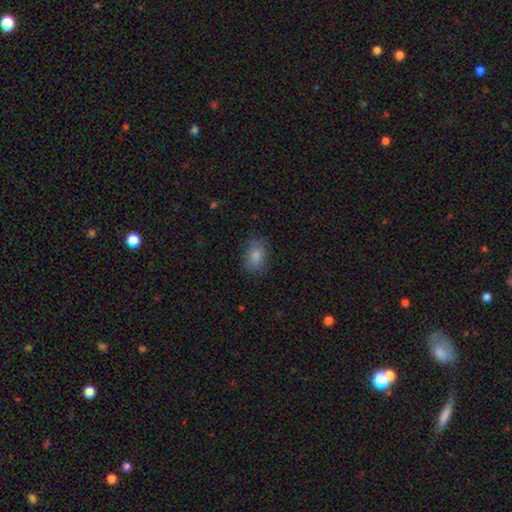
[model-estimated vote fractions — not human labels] This appears to be a smooth galaxy with no disk features (84%) that is in between round and cigar-shaped (82%). Merging: none (79%).